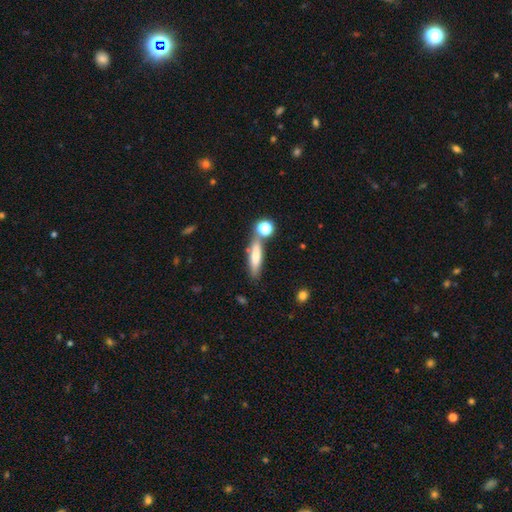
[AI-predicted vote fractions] smooth-or-featured: smooth: 68% | featured or disk: 23% | star or artifact: 9%
  how-rounded: cigar-shaped: 71% | in between: 26% | round: 3%
  merging: none: 64% | merger: 17% | minor disturbance: 14% | major disturbance: 5%